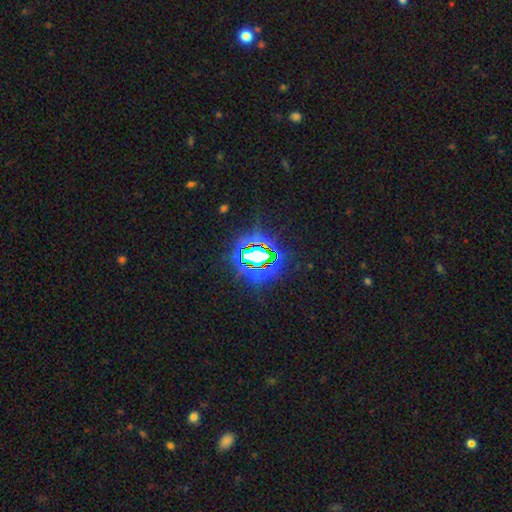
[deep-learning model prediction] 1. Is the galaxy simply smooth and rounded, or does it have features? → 78% star or artifact, 12% smooth, 10% featured or disk.